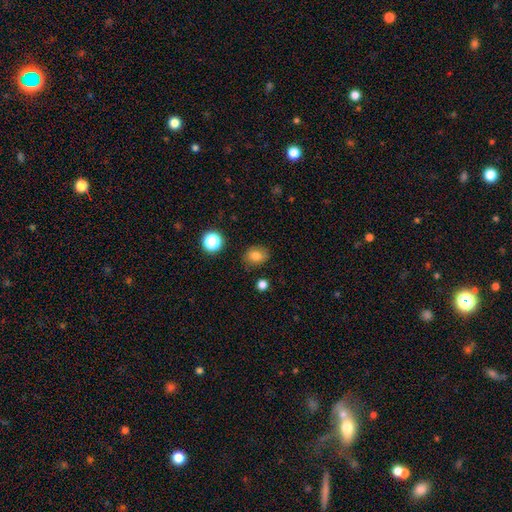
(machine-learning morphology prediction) This appears to be a smooth galaxy with no disk features (78%) that is in between round and cigar-shaped (50%). Merging: none (79%).